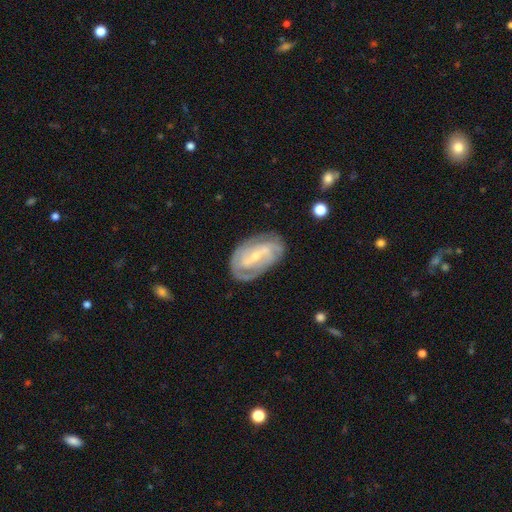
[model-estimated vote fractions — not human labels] smooth_or_featured: featured or disk (p=0.81) [alt: smooth p=0.14]
disk_edge_on: no (p=0.95) [alt: yes p=0.05]
bar: weak (p=0.42) [alt: strong p=0.33]
has_spiral_arms: yes (p=0.90) [alt: no p=0.10]
spiral_winding: tight (p=0.54) [alt: medium p=0.35]
spiral_arm_count: 2 (p=0.43) [alt: can't tell p=0.30]
bulge_size: small (p=0.66) [alt: moderate p=0.29]
merging: none (p=0.71) [alt: minor disturbance p=0.20]